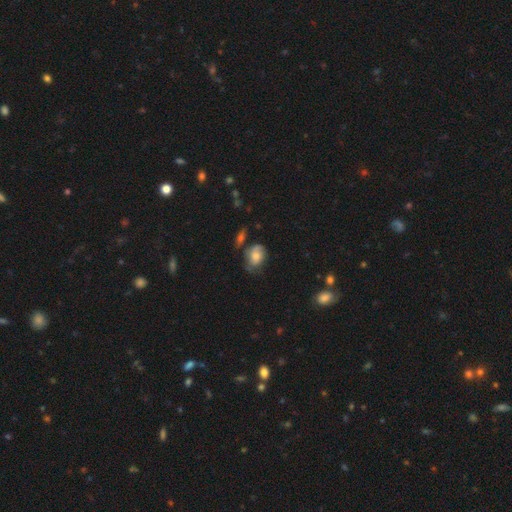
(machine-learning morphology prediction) smooth 67%, featured or disk 25%, star or artifact 9%. Down the decision tree: how rounded — in between (70%); merging — none (42%).